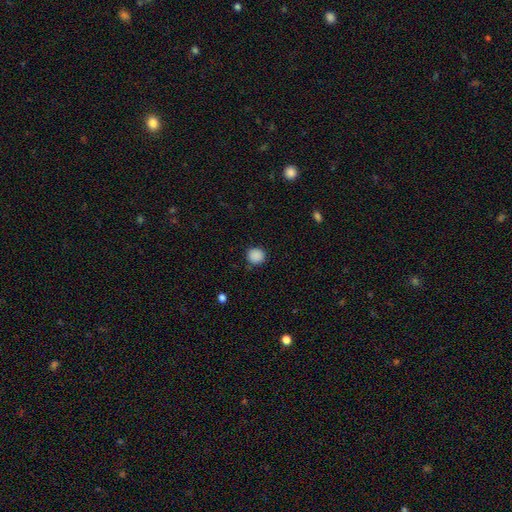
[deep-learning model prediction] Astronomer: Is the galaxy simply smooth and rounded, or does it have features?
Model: smooth — 88%.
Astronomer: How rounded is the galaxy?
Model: round — 91%.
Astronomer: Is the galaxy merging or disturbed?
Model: none — 87%.